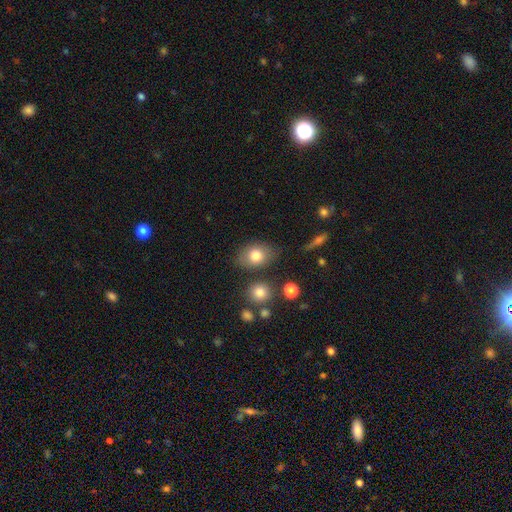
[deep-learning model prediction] A smooth galaxy with no disk features (79%) that is in between round and cigar-shaped (69%).

Vote fractions:
- Smooth or featured? smooth: 79% / featured or disk: 12% / star or artifact: 9%
- How rounded? in between: 69% / round: 29% / cigar-shaped: 1%
- Merging? none: 76% / minor disturbance: 14% / merger: 6% / major disturbance: 4%